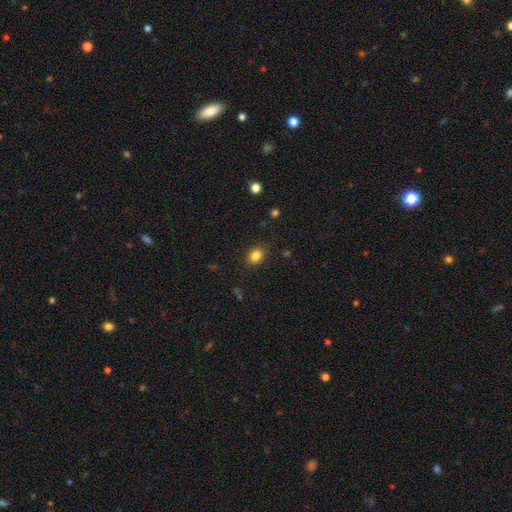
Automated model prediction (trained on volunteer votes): smooth_or_featured: smooth (p=0.84) [alt: star or artifact p=0.11]
how_rounded: round (p=0.50) [alt: in between p=0.49]
merging: none (p=0.86) [alt: minor disturbance p=0.10]